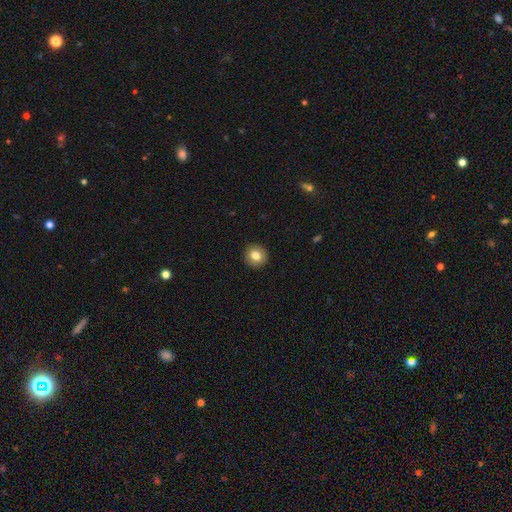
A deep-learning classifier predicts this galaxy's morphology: Smooth or featured? Predicted: smooth (p=0.81). How rounded? Predicted: round (p=0.92). Merging? Predicted: none (p=0.93).